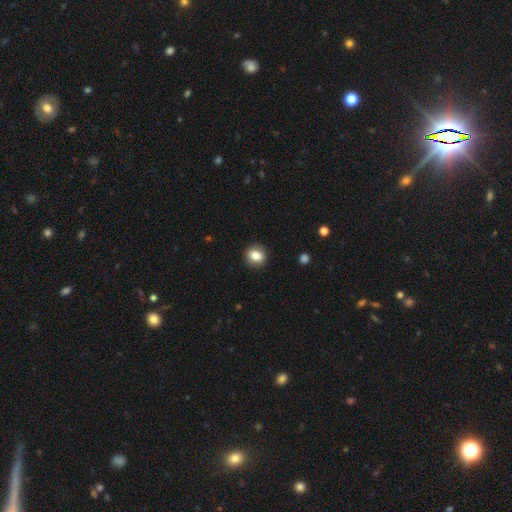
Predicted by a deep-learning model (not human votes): This is clearly a smooth galaxy (82%). How rounded: likely round (78%). Merging: clearly none (90%).